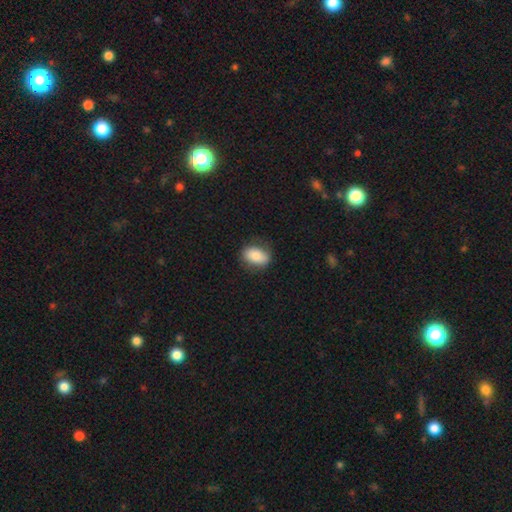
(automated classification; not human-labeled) A smooth galaxy with no disk features (79%) that is in between round and cigar-shaped (84%). Merging: none (75%).